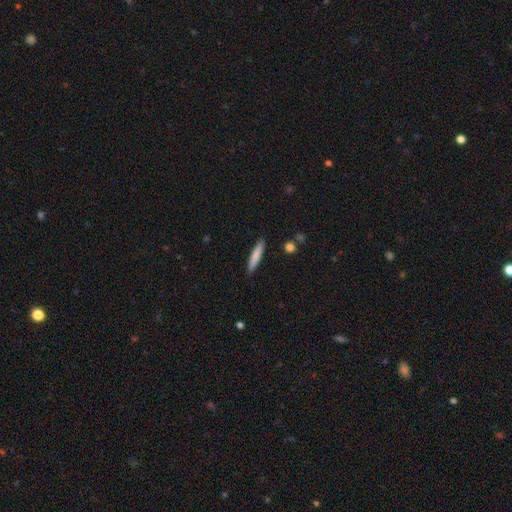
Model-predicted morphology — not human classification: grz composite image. It shows a smooth galaxy with no disk features (78%) that is cigar-shaped (89%). Merging: none (89%).